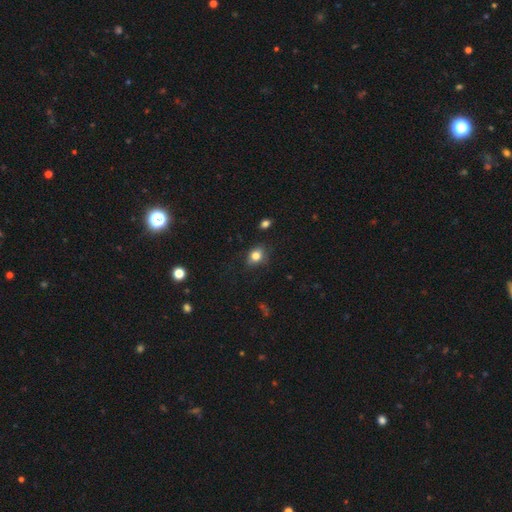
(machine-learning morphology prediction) smooth-or-featured: smooth: 80% | star or artifact: 11% | featured or disk: 9%
  how-rounded: in between: 55% | round: 43% | cigar-shaped: 1%
  merging: none: 75% | minor disturbance: 18% | major disturbance: 5% | merger: 2%